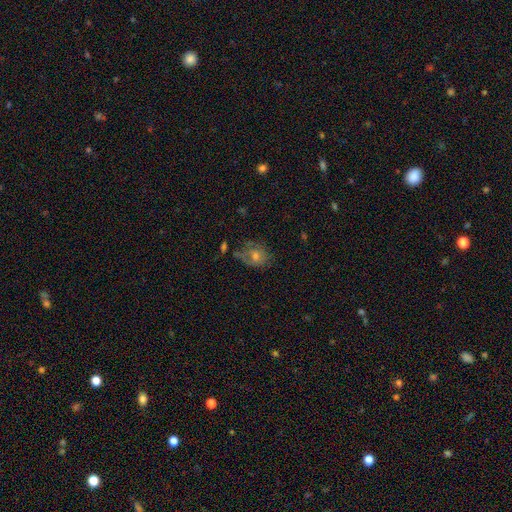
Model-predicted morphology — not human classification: smooth-or-featured: smooth: 43% | featured or disk: 39% | star or artifact: 18%
  merging: none: 58% | minor disturbance: 24% | major disturbance: 13% | merger: 5%